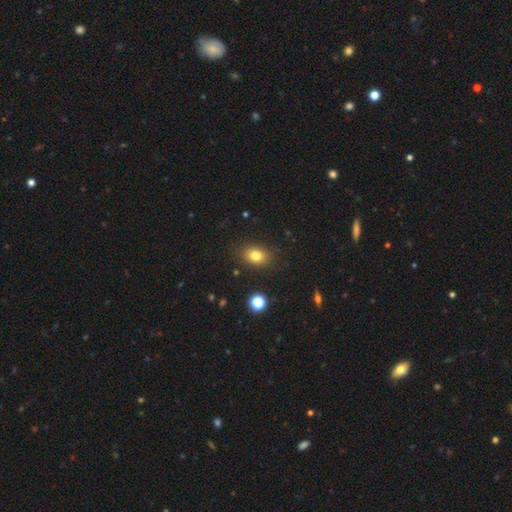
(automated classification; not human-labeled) smooth-or-featured: smooth: 79% | star or artifact: 12% | featured or disk: 9%
  how-rounded: in between: 72% | round: 26% | cigar-shaped: 1%
  merging: none: 84% | minor disturbance: 11% | major disturbance: 3% | merger: 2%